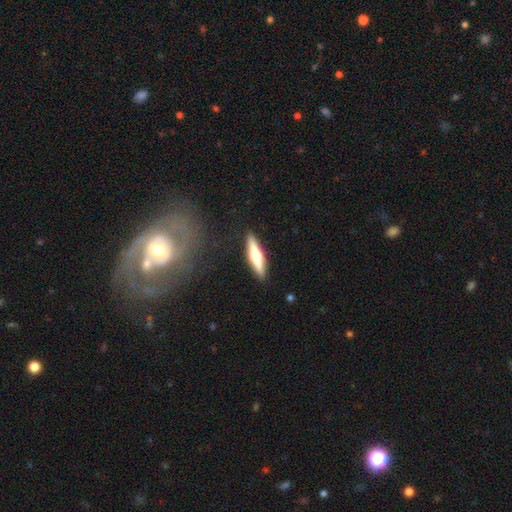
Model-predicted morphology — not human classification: The model was most divided on "smooth or featured": smooth: 49%, featured or disk: 46%, star or artifact: 5%. More confident: merging — none (90%).